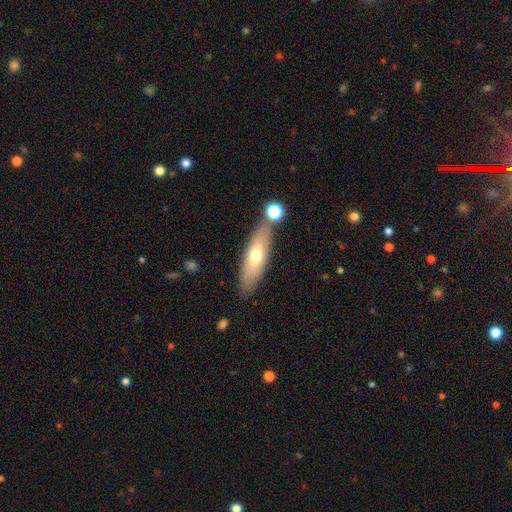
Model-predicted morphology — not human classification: This is possibly a smooth galaxy (60%). How rounded: possibly cigar-shaped (56%). Merging: likely none (72%).